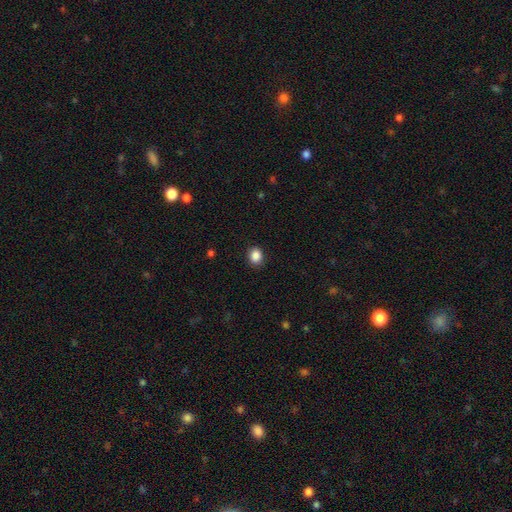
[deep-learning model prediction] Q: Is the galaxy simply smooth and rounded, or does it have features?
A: smooth — 87%.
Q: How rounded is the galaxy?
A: round — 57%.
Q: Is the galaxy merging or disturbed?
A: none — 88%.